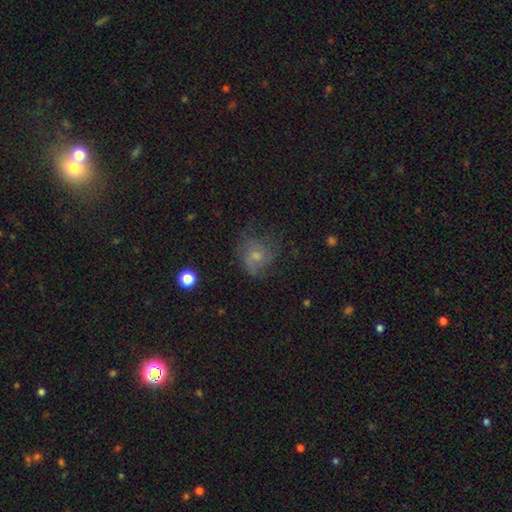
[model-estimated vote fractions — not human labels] Overall: smooth (46%; featured or disk 42%). Merging: none (52%; minor disturbance 25%).